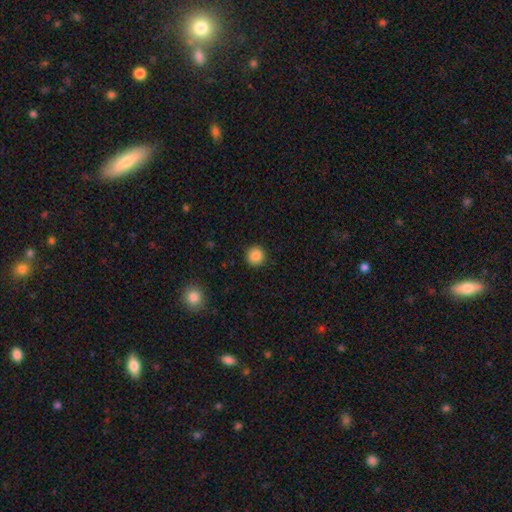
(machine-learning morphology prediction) smooth_or_featured: smooth (p=0.87) [alt: star or artifact p=0.10]
how_rounded: round (p=0.94) [alt: in between p=0.05]
merging: none (p=0.92) [alt: minor disturbance p=0.05]